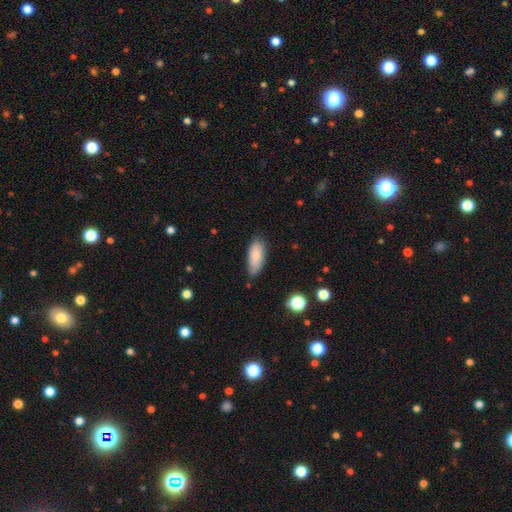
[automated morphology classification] smooth_or_featured: smooth (p=0.82) [alt: featured or disk p=0.11]
how_rounded: in between (p=0.82) [alt: cigar-shaped p=0.16]
merging: none (p=0.73) [alt: minor disturbance p=0.22]